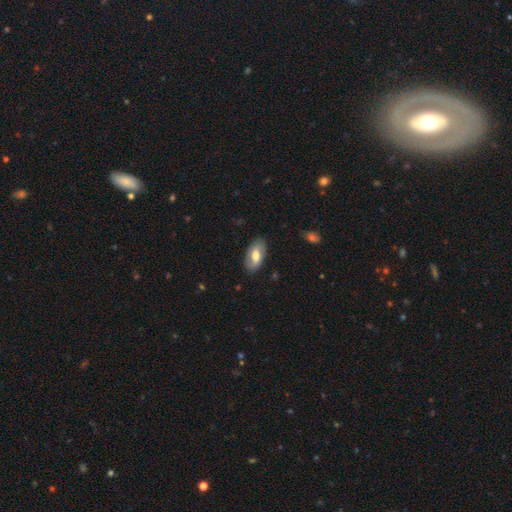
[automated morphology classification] This is possibly a smooth galaxy (57%). How rounded: clearly in between (93%). Merging: clearly none (83%).